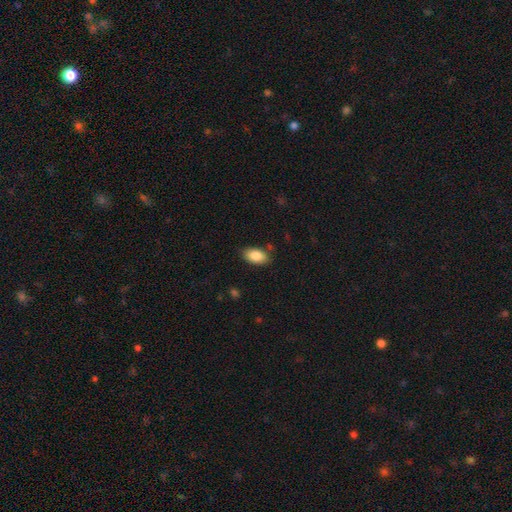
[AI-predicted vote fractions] A smooth galaxy with no disk features (87%) that is in between round and cigar-shaped (94%).

Vote fractions:
- Smooth or featured? smooth: 87% / star or artifact: 7% / featured or disk: 6%
- How rounded? in between: 94% / round: 4% / cigar-shaped: 2%
- Merging? none: 84% / minor disturbance: 12% / major disturbance: 3% / merger: 2%